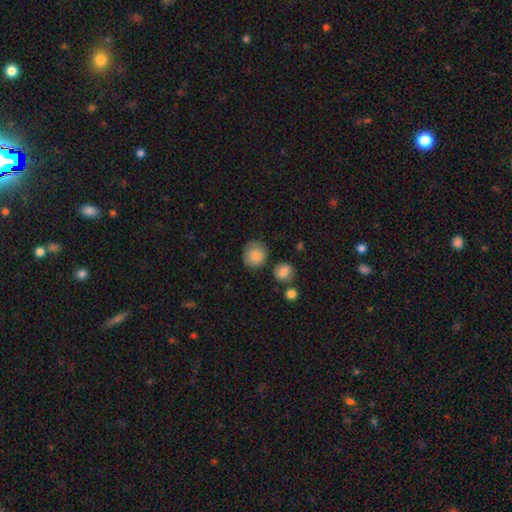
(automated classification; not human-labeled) Q: Smooth or featured?
A: smooth (84%); runner-up: star or artifact (8%)
Q: How rounded?
A: round (86%); runner-up: in between (14%)
Q: Merging?
A: none (77%); runner-up: minor disturbance (15%)